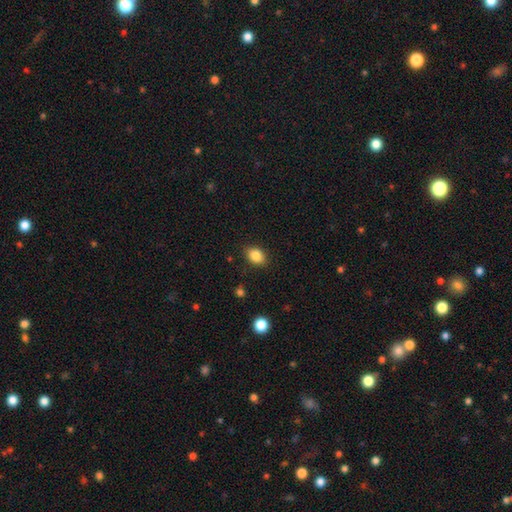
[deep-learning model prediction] The model was most divided on "how rounded": in between: 73%, round: 26%, cigar-shaped: 1%. More confident: merging — none (86%); smooth or featured — smooth (86%).